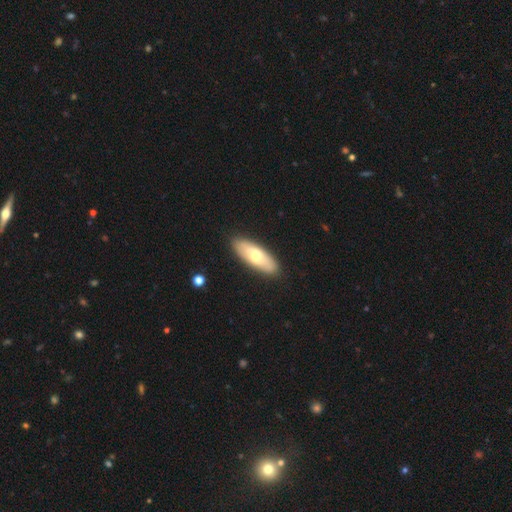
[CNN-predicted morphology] smooth 63%, featured or disk 32%, star or artifact 5%. Down the decision tree: how rounded — in between (69%); merging — none (89%).